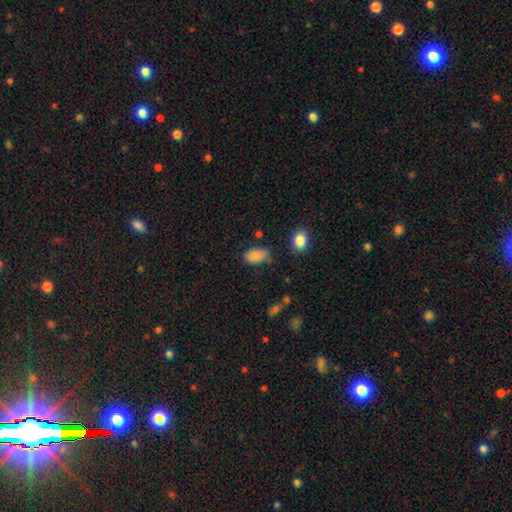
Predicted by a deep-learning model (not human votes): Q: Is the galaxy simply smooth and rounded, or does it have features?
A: smooth — 86%.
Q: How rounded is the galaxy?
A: in between — 93%.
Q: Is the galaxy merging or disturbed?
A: none — 71%.